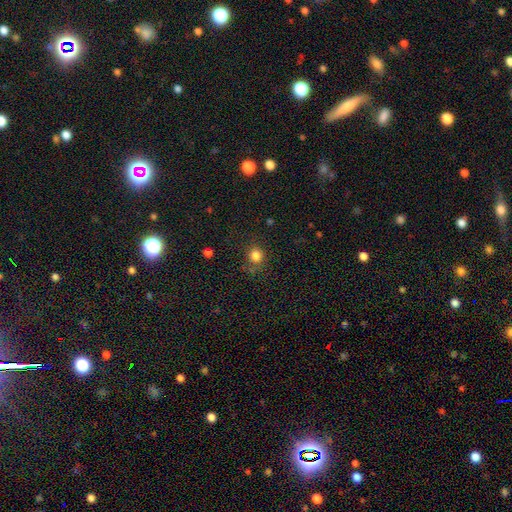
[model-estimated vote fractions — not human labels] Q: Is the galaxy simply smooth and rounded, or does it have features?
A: smooth — 82%.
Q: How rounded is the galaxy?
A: round — 86%.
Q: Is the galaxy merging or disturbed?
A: none — 79%.